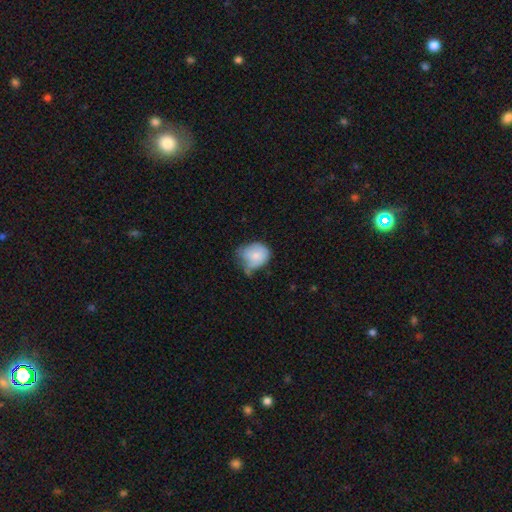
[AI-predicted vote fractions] Smooth or featured? smooth (73%)
How rounded? round (55%)
Merging? minor disturbance (45%)